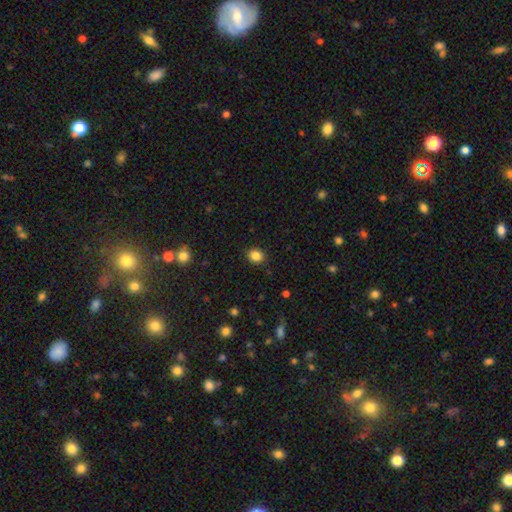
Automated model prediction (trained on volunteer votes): Smooth or featured?
  - smooth: 85% *
  - star or artifact: 11%
  - featured or disk: 4%
How rounded?
  - round: 72% *
  - in between: 27%
  - cigar-shaped: 1%
Merging?
  - none: 89% *
  - minor disturbance: 7%
  - major disturbance: 2%
  - merger: 1%